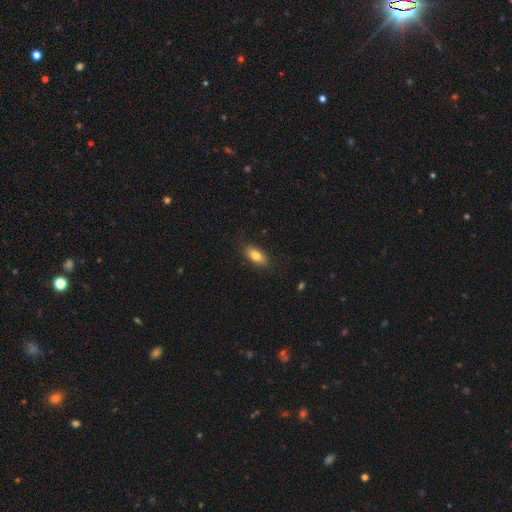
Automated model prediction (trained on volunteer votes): This appears to be a smooth galaxy with no disk features (80%) that is in between round and cigar-shaped (86%). Merging: none (86%).